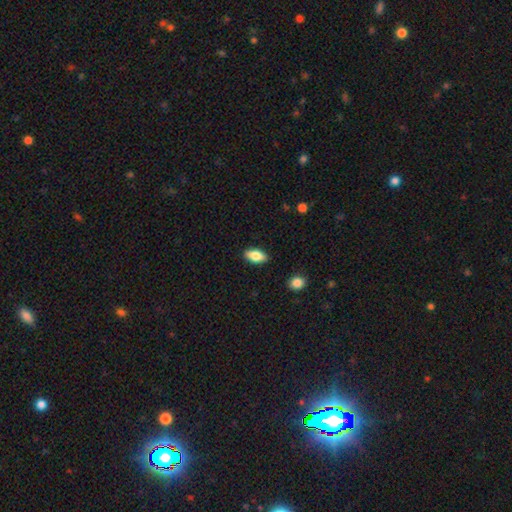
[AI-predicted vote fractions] Smooth or featured? Predicted: smooth (p=0.77). How rounded? Predicted: in between (p=0.88). Merging? Predicted: none (p=0.88).